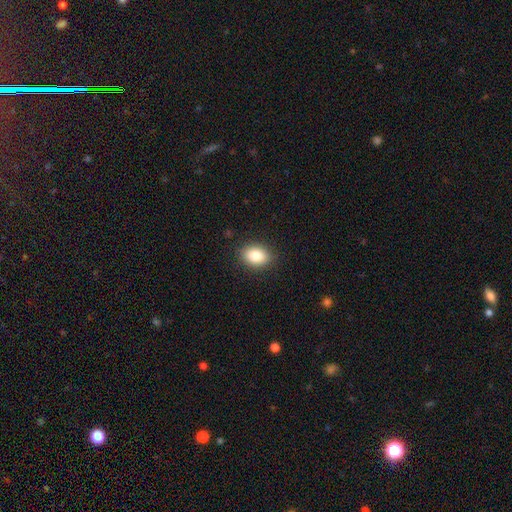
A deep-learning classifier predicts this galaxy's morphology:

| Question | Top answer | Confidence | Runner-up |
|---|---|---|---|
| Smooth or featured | smooth | 84% | star or artifact (9%) |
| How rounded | in between | 74% | round (25%) |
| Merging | none | 88% | minor disturbance (9%) |